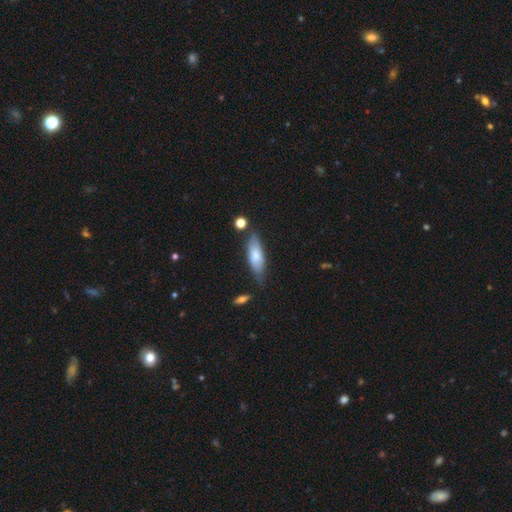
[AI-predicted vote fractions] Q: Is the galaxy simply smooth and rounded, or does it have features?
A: smooth — 72%.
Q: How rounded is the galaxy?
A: in between — 59%.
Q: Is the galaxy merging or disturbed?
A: none — 68%.